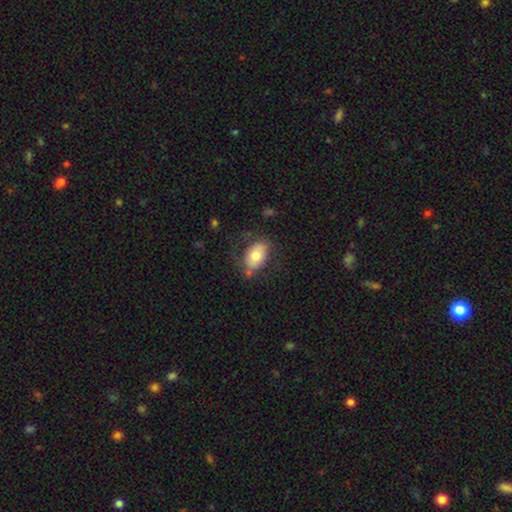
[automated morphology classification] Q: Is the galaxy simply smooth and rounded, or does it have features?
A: smooth — 71%.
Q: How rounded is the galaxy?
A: in between — 89%.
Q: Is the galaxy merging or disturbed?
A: none — 65%.